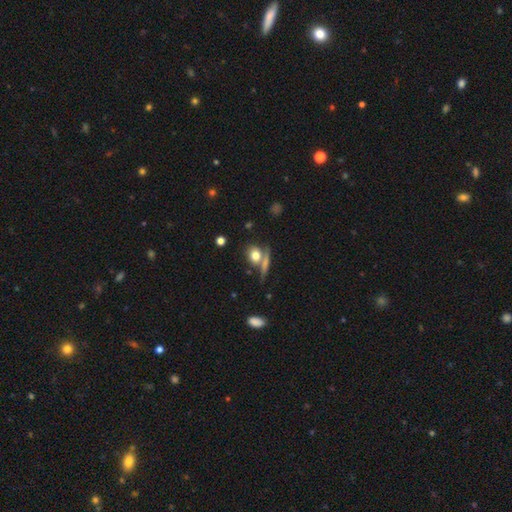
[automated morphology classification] Smooth or featured?
  - smooth: 74% *
  - featured or disk: 15%
  - star or artifact: 11%
How rounded?
  - round: 64% *
  - in between: 29%
  - cigar-shaped: 7%
Merging?
  - none: 58% *
  - merger: 26%
  - minor disturbance: 11%
  - major disturbance: 5%